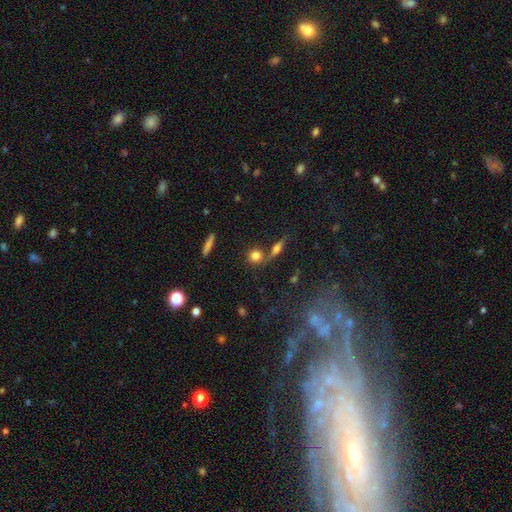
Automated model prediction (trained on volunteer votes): Smooth or featured?
  - smooth: 75% *
  - featured or disk: 14%
  - star or artifact: 12%
How rounded?
  - round: 83% *
  - in between: 11%
  - cigar-shaped: 5%
Merging?
  - none: 67% *
  - merger: 20%
  - minor disturbance: 10%
  - major disturbance: 4%